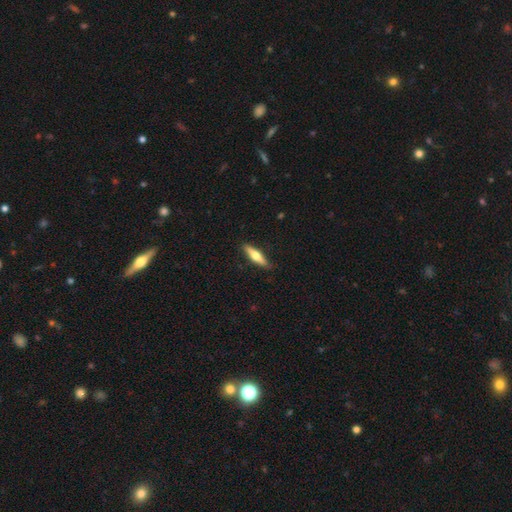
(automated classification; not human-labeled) smooth_or_featured: smooth (p=0.50) [alt: featured or disk p=0.45]
merging: none (p=0.88) [alt: minor disturbance p=0.09]